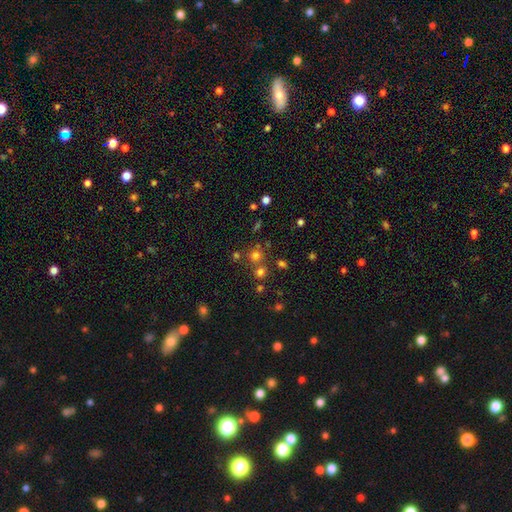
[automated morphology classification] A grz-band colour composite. It shows a smooth galaxy with no disk features (63%) that is round (89%). Merging: none (68%).